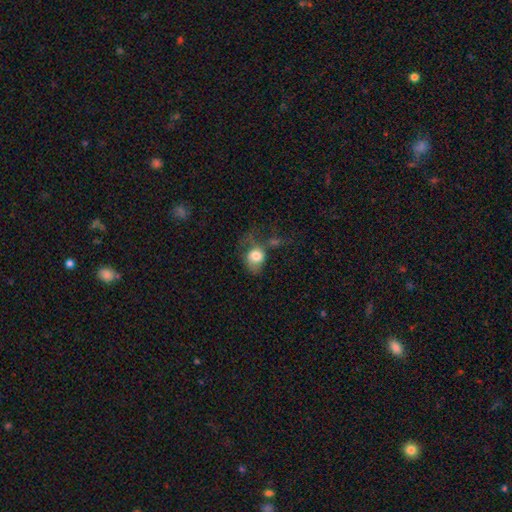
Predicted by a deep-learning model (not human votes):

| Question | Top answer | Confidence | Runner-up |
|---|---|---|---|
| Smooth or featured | smooth | 75% | featured or disk (17%) |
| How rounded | round | 55% | in between (44%) |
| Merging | major disturbance | 38% | none (26%) |